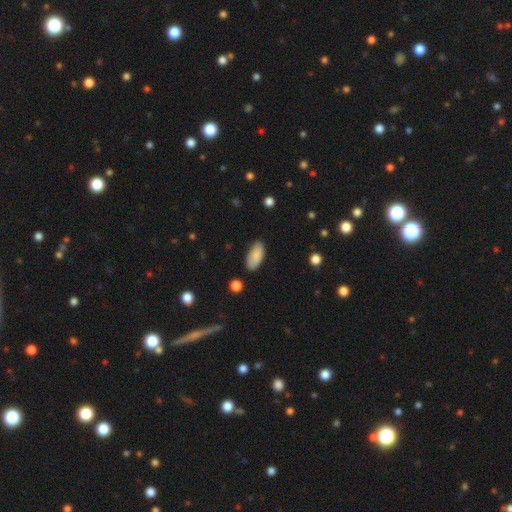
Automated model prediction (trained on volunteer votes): smooth_or_featured: smooth (p=0.88) [alt: star or artifact p=0.07]
how_rounded: in between (p=0.91) [alt: cigar-shaped p=0.07]
merging: none (p=0.79) [alt: minor disturbance p=0.16]